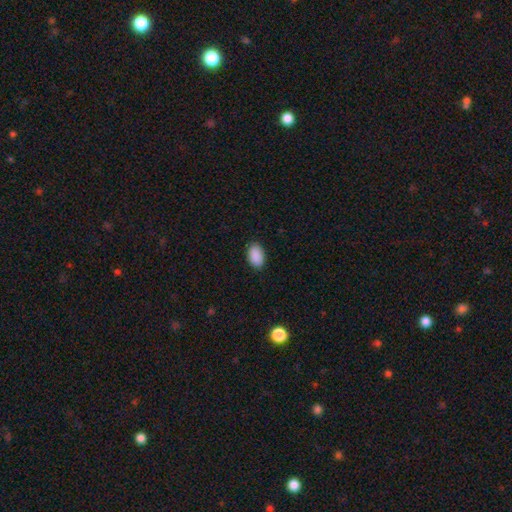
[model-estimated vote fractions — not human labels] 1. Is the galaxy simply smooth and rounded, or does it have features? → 91% smooth, 7% star or artifact, 3% featured or disk.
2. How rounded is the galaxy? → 92% in between, 7% round, 1% cigar-shaped.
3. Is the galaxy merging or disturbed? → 88% none, 9% minor disturbance, 2% major disturbance, 1% merger.